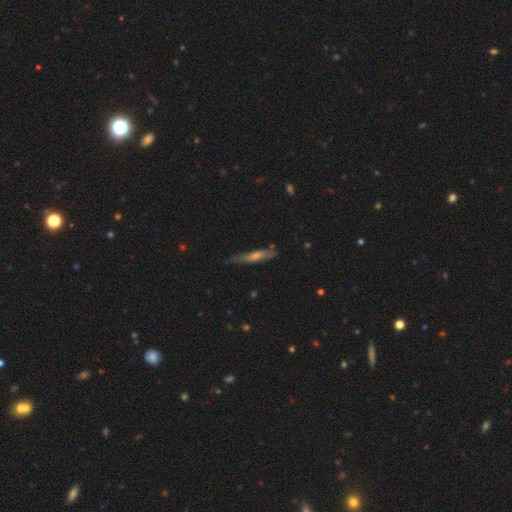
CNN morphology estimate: smooth-or-featured: featured or disk: 51% | smooth: 40% | star or artifact: 9%
  disk-edge-on: yes: 83% | no: 17%
  merging: none: 66% | minor disturbance: 25% | major disturbance: 6% | merger: 2%